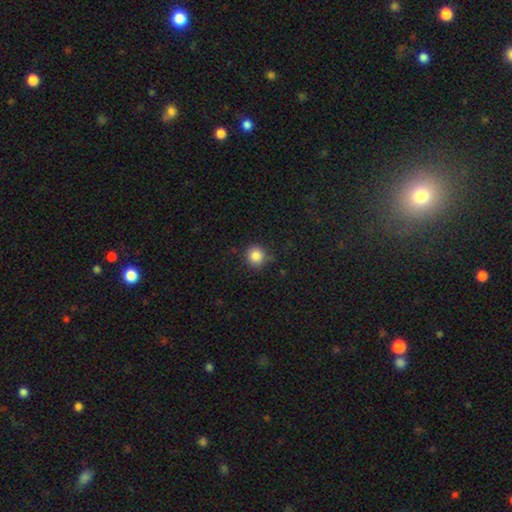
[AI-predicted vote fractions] A smooth galaxy with no disk features (85%) that is round (92%).

Vote fractions:
- Smooth or featured? smooth: 85% / star or artifact: 10% / featured or disk: 4%
- How rounded? round: 92% / in between: 7% / cigar-shaped: 1%
- Merging? none: 83% / minor disturbance: 12% / major disturbance: 3% / merger: 2%